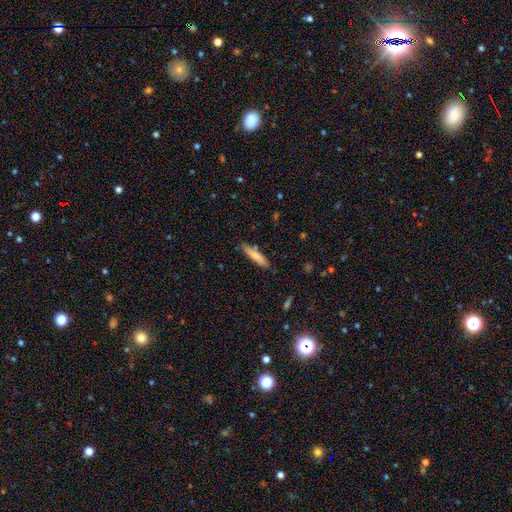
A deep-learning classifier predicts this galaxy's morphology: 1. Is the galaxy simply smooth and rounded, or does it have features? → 71% smooth, 23% featured or disk, 6% star or artifact.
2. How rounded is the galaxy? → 82% cigar-shaped, 16% in between, 2% round.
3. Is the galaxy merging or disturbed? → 81% none, 14% minor disturbance, 3% merger, 2% major disturbance.